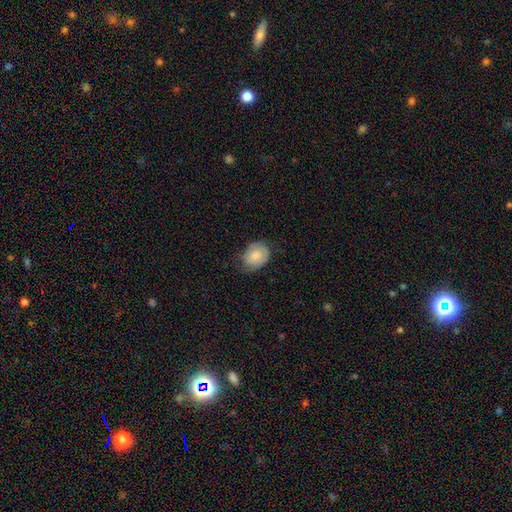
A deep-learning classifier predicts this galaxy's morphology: smooth_or_featured: smooth (p=0.73) [alt: featured or disk p=0.21]
how_rounded: in between (p=0.60) [alt: round p=0.39]
merging: none (p=0.53) [alt: minor disturbance p=0.34]